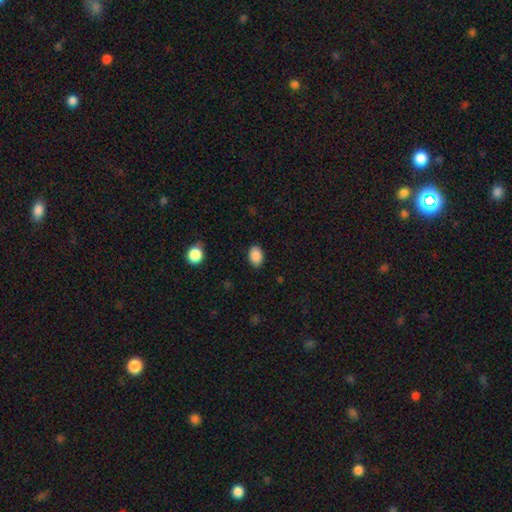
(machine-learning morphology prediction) The model was most divided on "how rounded": in between: 82%, round: 17%, cigar-shaped: 1%. More confident: smooth or featured — smooth (89%); merging — none (87%).